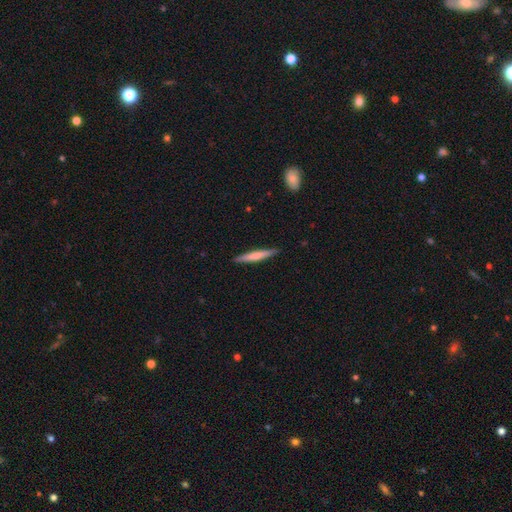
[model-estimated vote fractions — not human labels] smooth 61%, featured or disk 34%, star or artifact 5%. Down the decision tree: how rounded — cigar-shaped (94%); merging — none (89%).